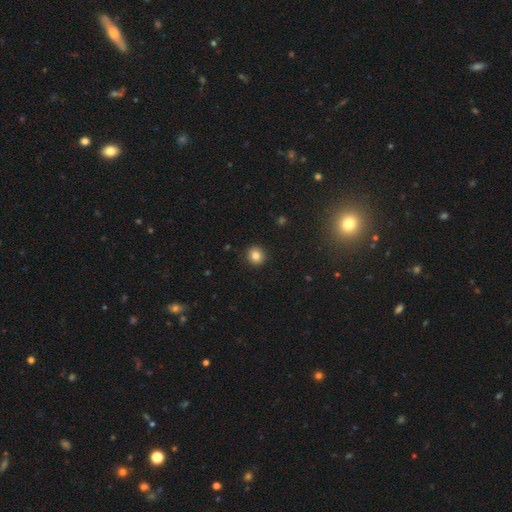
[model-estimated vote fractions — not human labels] This appears to be a smooth galaxy with no disk features (83%) that is round (87%). Merging: none (91%).